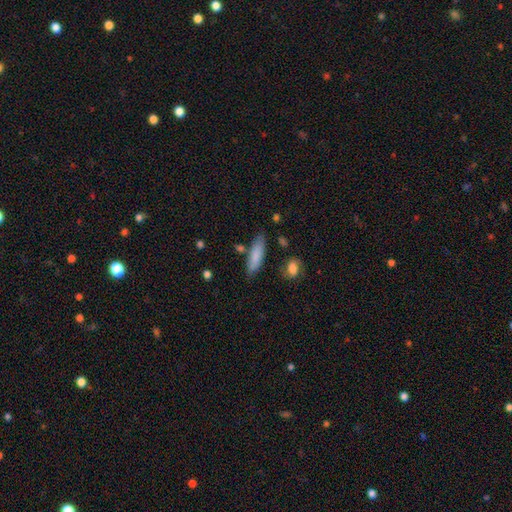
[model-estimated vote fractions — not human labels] Morphology: type=smooth (81%); roundness=cigar-shaped (54%); merging=none (75%).